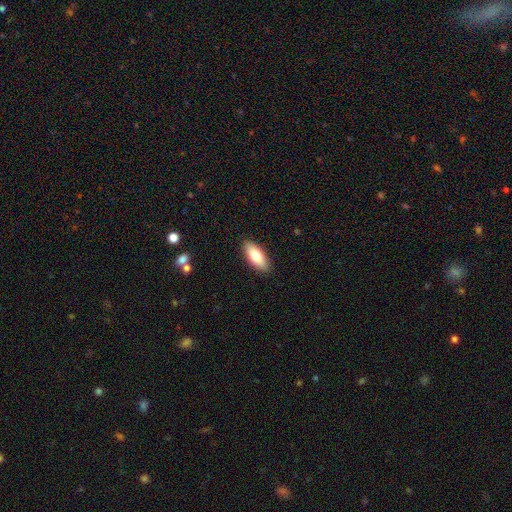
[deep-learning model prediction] The model was most divided on "how rounded": in between: 80%, cigar-shaped: 18%, round: 2%. More confident: merging — none (89%); smooth or featured — smooth (80%).